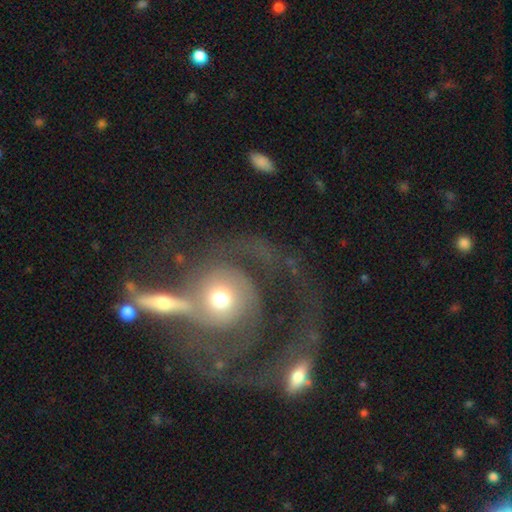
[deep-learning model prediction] The model was most divided on "spiral winding" (2-way tie): medium: 36%, tight: 36%, loose: 28%. Remaining: edge-on disk — no (95%); spiral arms — yes (80%); bar — no (76%); smooth or featured — featured or disk (75%); bulge size — moderate (61%); merging — merger (49%); spiral arm count — 2 (37%).